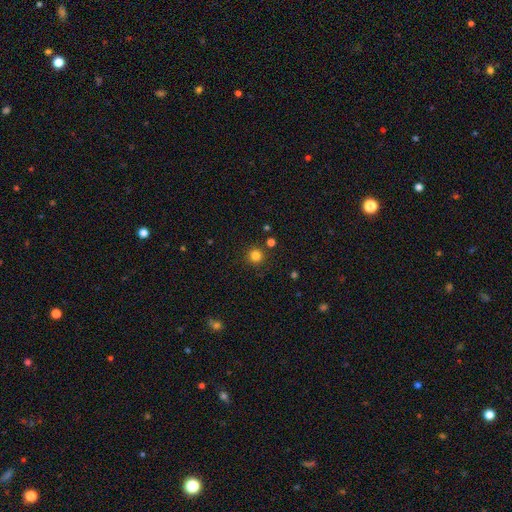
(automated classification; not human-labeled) This is clearly a smooth galaxy (82%). How rounded: clearly round (95%). Merging: clearly none (88%).